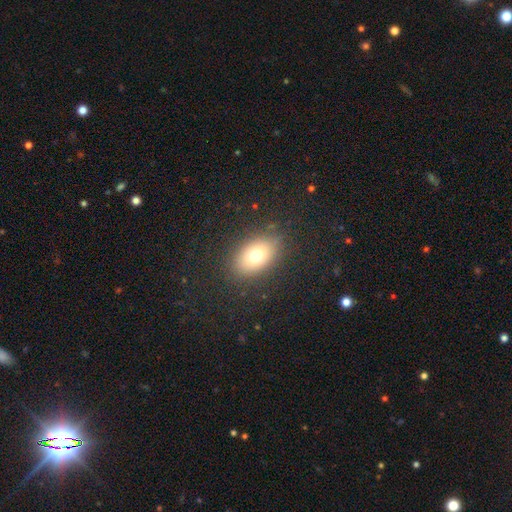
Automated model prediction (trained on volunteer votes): Smooth or featured?
  - smooth: 73% *
  - featured or disk: 15%
  - star or artifact: 13%
How rounded?
  - in between: 80% *
  - round: 19%
  - cigar-shaped: 2%
Merging?
  - none: 84% *
  - minor disturbance: 10%
  - major disturbance: 4%
  - merger: 1%